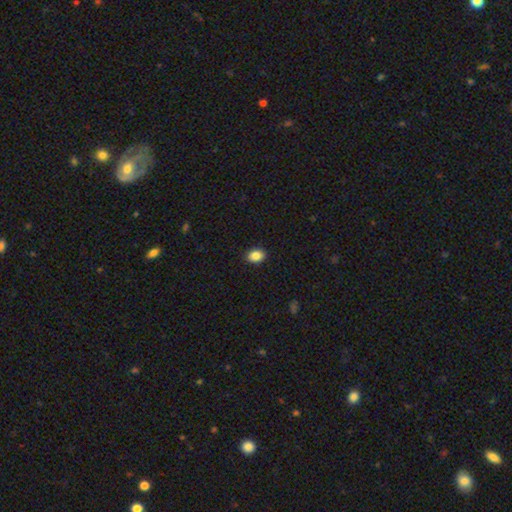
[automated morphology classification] smooth-or-featured: smooth: 88% | star or artifact: 9% | featured or disk: 3%
  how-rounded: in between: 72% | round: 27% | cigar-shaped: 1%
  merging: none: 91% | minor disturbance: 7% | major disturbance: 2% | merger: 1%